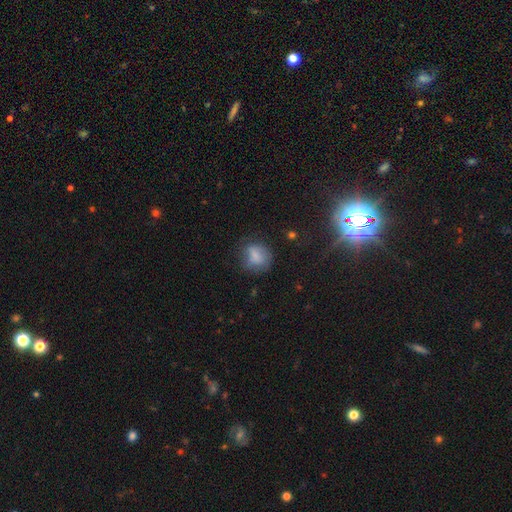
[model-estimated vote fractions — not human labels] smooth 75%, featured or disk 14%, star or artifact 11%. Down the decision tree: how rounded — round (52%); merging — none (56%).